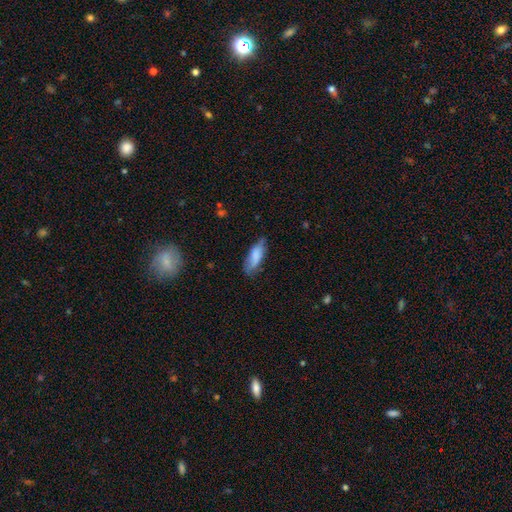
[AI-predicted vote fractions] smooth_or_featured: smooth (p=0.78) [alt: featured or disk p=0.15]
how_rounded: in between (p=0.68) [alt: cigar-shaped p=0.30]
merging: none (p=0.65) [alt: minor disturbance p=0.27]